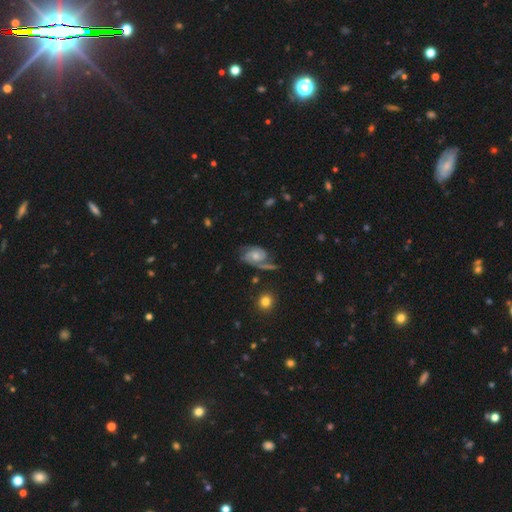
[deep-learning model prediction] This appears to be a featured or disk galaxy (83%) with no bar (65%), 2 (79%) medium (46%) spiral arms (96%) and a moderate central bulge (51%). Merging: none (57%).